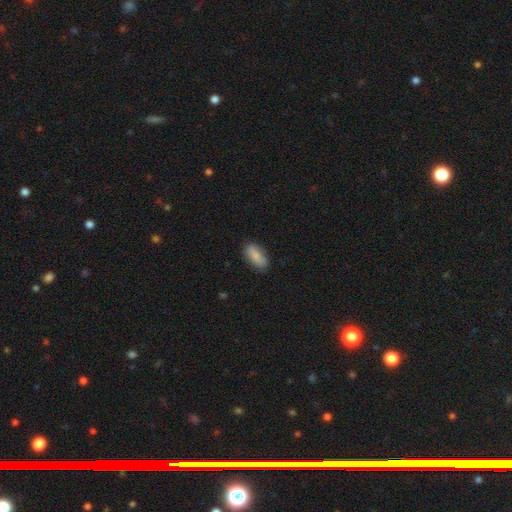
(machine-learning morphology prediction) Smooth or featured? smooth (84%)
How rounded? in between (86%)
Merging? none (82%)